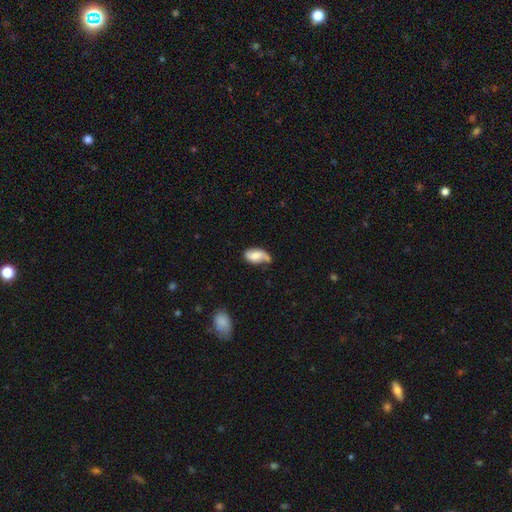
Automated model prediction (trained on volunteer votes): Smooth or featured?
  - smooth: 60% *
  - featured or disk: 33%
  - star or artifact: 8%
How rounded?
  - in between: 91% *
  - round: 5%
  - cigar-shaped: 4%
Merging?
  - none: 41% *
  - minor disturbance: 39%
  - major disturbance: 14%
  - merger: 6%